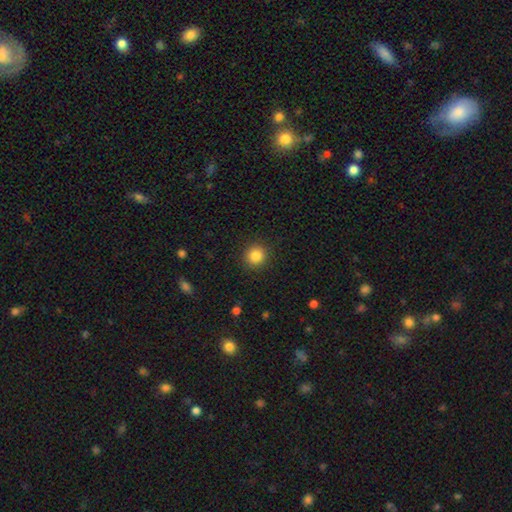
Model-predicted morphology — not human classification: Smooth or featured? Predicted: smooth (p=0.85). How rounded? Predicted: round (p=0.91). Merging? Predicted: none (p=0.91).